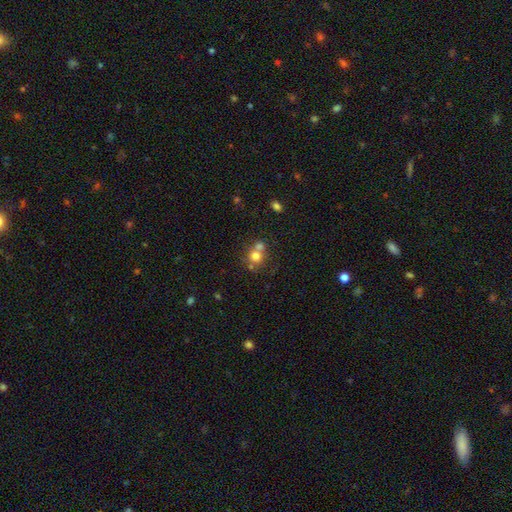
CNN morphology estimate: Overall: smooth (72%). How rounded: round (83%). Merging: merger (49%; none 40%).